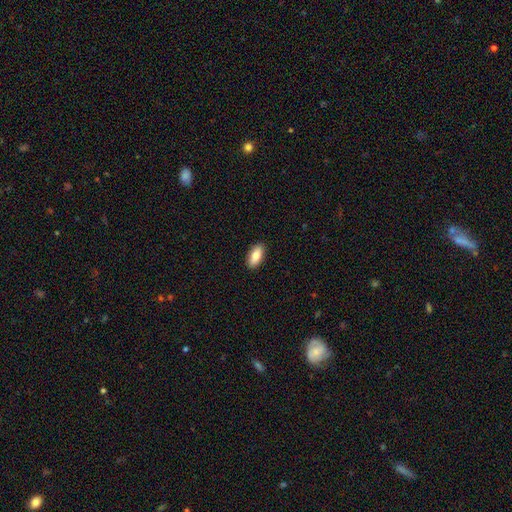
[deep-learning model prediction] Q: Smooth or featured?
A: smooth (83%); runner-up: featured or disk (11%)
Q: How rounded?
A: in between (89%); runner-up: cigar-shaped (8%)
Q: Merging?
A: none (91%); runner-up: minor disturbance (7%)